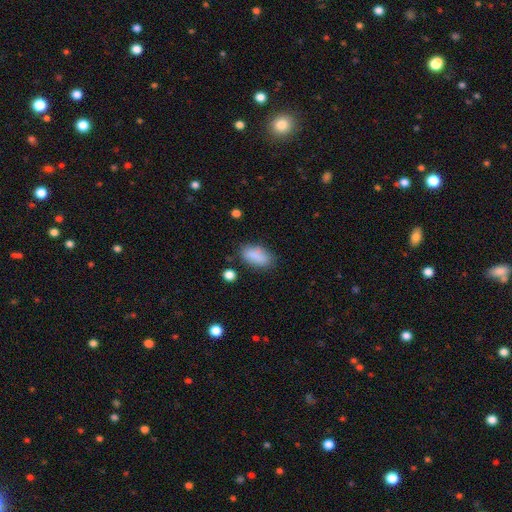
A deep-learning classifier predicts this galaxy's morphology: A smooth galaxy with no disk features (86%) that is in between round and cigar-shaped (90%). Merging: none (74%).